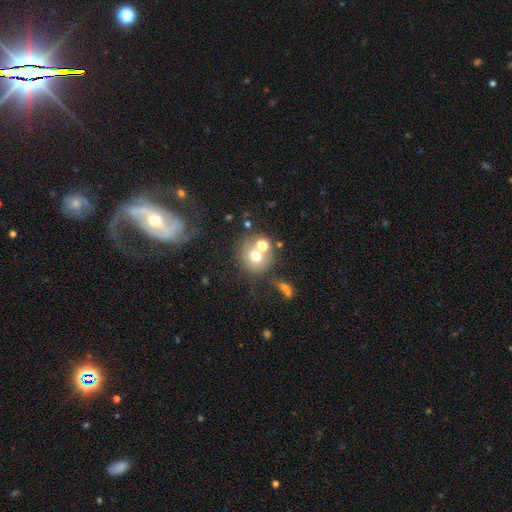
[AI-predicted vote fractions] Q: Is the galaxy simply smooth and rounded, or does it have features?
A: smooth — 66%.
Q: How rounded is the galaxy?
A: round — 86%.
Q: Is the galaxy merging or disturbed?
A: none — 49%.